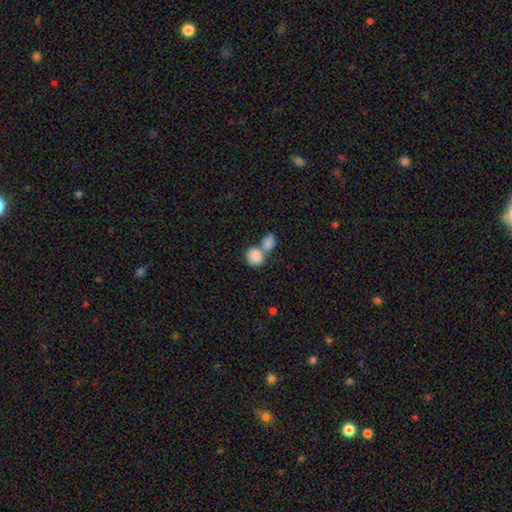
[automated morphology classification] Overall: smooth (86%). How rounded: round (59%; in between 39%). Merging: merger (67%).